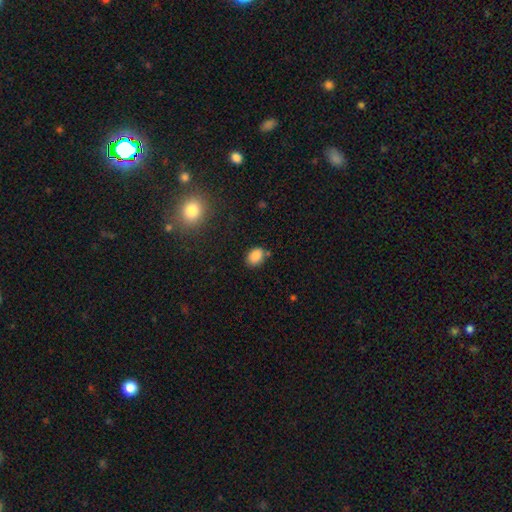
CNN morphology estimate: Q: Smooth or featured?
A: smooth (85%); runner-up: star or artifact (10%)
Q: How rounded?
A: in between (72%); runner-up: round (26%)
Q: Merging?
A: none (72%); runner-up: minor disturbance (18%)